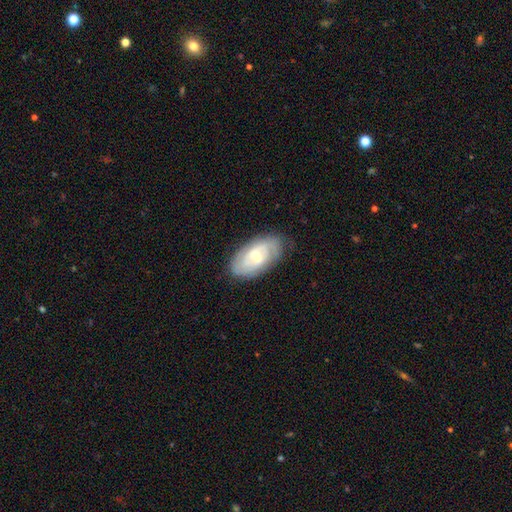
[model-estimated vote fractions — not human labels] Q: Smooth or featured?
A: featured or disk (69%); runner-up: smooth (25%)
Q: Edge-on disk?
A: no (94%); runner-up: yes (6%)
Q: Bar?
A: weak (47%); runner-up: no (42%)
Q: Spiral arms?
A: yes (85%); runner-up: no (15%)
Q: Spiral winding?
A: tight (62%); runner-up: medium (29%)
Q: Spiral arm count?
A: 2 (41%); runner-up: can't tell (40%)
Q: Bulge size?
A: moderate (54%); runner-up: small (40%)
Q: Merging?
A: none (77%); runner-up: minor disturbance (17%)